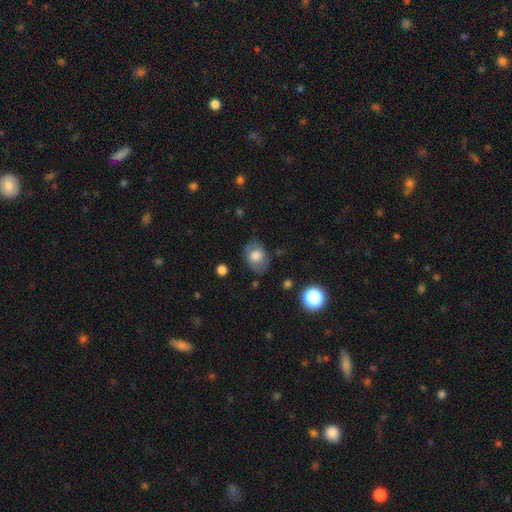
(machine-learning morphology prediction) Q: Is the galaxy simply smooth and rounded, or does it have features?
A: smooth — 73%.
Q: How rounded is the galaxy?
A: in between — 68%.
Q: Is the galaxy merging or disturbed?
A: none — 74%.